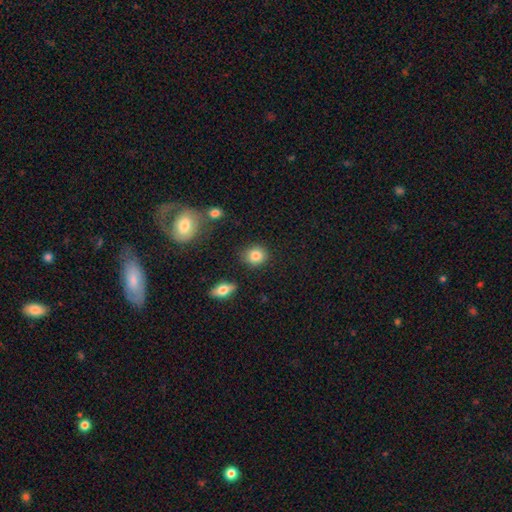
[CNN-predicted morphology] Smooth or featured? smooth (85%)
How rounded? round (82%)
Merging? none (86%)